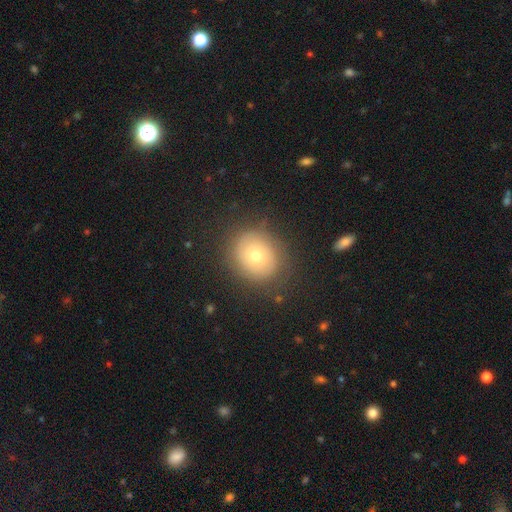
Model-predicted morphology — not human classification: Smooth or featured? smooth (64%)
How rounded? round (70%)
Merging? none (83%)